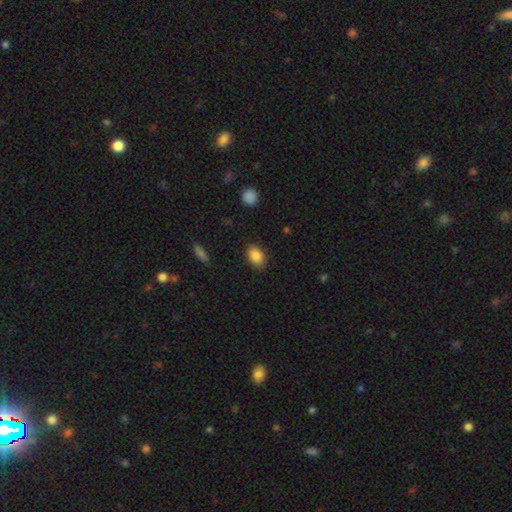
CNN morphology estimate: A smooth galaxy with no disk features (86%) that is in between round and cigar-shaped (85%). Merging: none (85%).